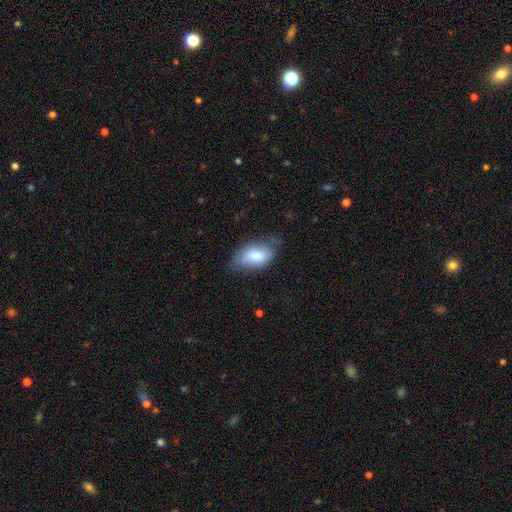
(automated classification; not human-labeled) Smooth or featured: smooth — 78% (featured or disk — 16%)
How rounded: in between — 92% (cigar-shaped — 4%)
Merging: none — 54% (minor disturbance — 34%)